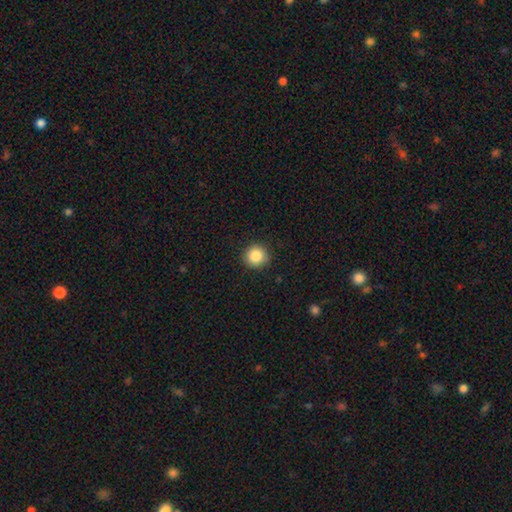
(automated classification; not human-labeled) Smooth or featured?
  - smooth: 86% *
  - star or artifact: 10%
  - featured or disk: 5%
How rounded?
  - round: 94% *
  - in between: 5%
  - cigar-shaped: 1%
Merging?
  - none: 91% *
  - minor disturbance: 7%
  - major disturbance: 2%
  - merger: 1%